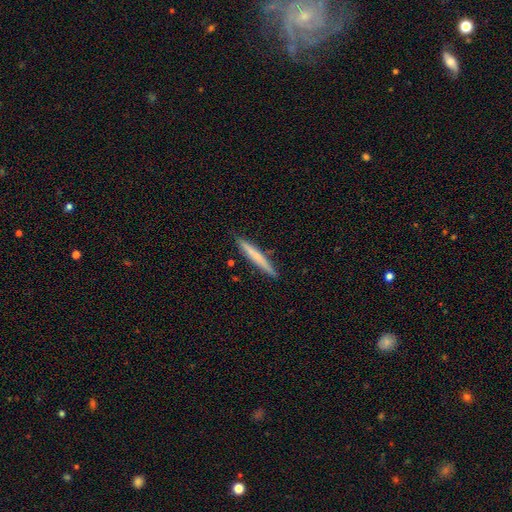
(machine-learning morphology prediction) Smooth or featured? Predicted: smooth (p=0.62). How rounded? Predicted: cigar-shaped (p=0.96). Merging? Predicted: none (p=0.90).